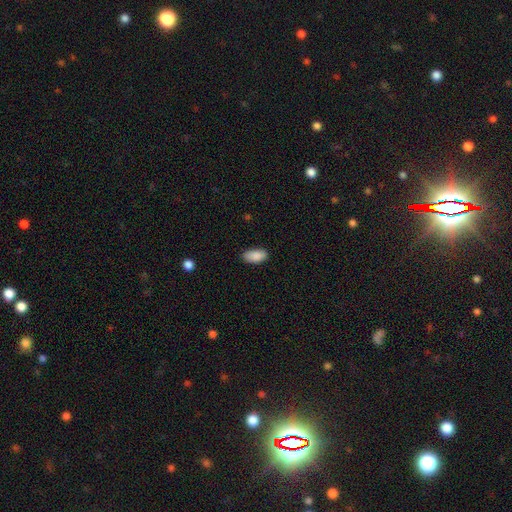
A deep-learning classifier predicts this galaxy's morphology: This appears to be a smooth galaxy with no disk features (89%) that is in between round and cigar-shaped (93%). Merging: none (85%).